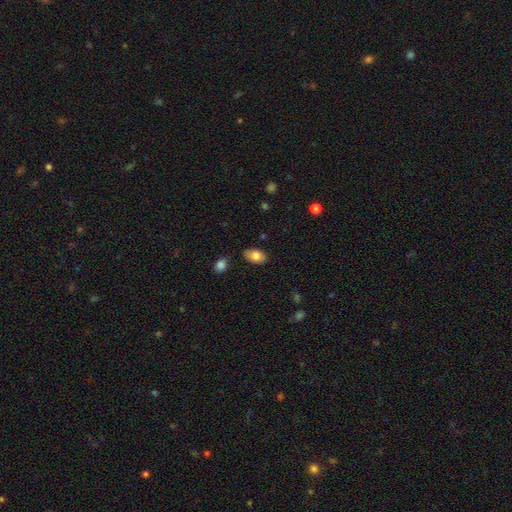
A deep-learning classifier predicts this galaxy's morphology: A smooth galaxy with no disk features (81%) that is in between round and cigar-shaped (91%). Merging: none (82%).